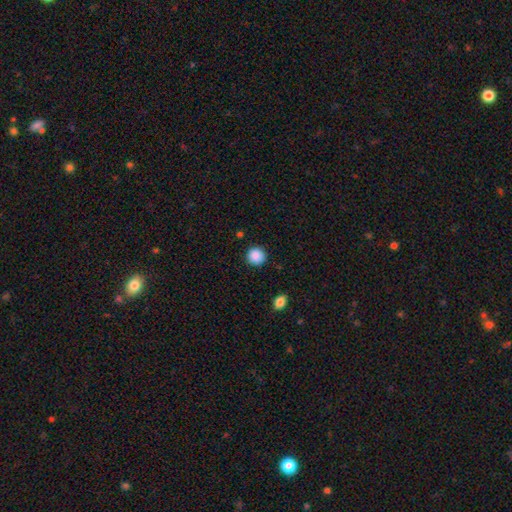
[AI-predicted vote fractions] A smooth galaxy with no disk features (88%) that is round (93%).

Vote fractions:
- Smooth or featured? smooth: 88% / star or artifact: 9% / featured or disk: 3%
- How rounded? round: 93% / in between: 6% / cigar-shaped: 1%
- Merging? none: 89% / minor disturbance: 7% / major disturbance: 2% / merger: 1%